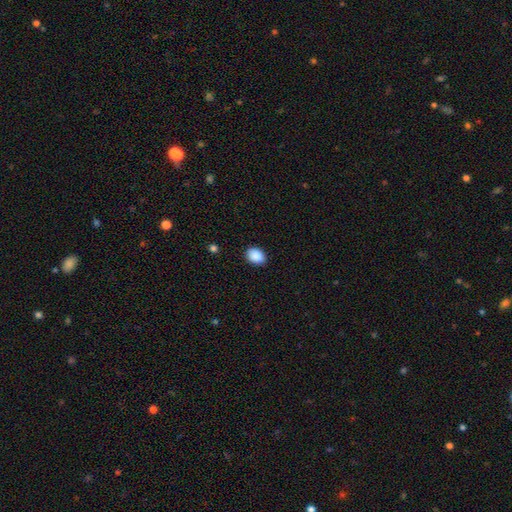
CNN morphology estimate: smooth 90%, star or artifact 7%, featured or disk 2%. Down the decision tree: how rounded — in between (71%); merging — none (87%).